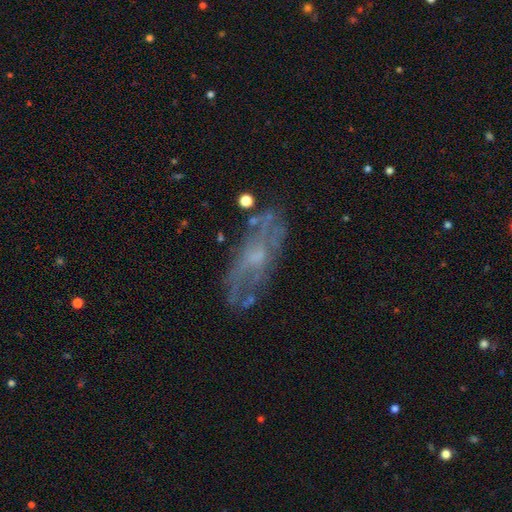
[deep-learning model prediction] featured or disk 66%, smooth 24%, star or artifact 10%. Down the decision tree: edge-on disk — no (82%); bar — no (72%); spiral arms — no (52%); bulge size — small (47%); merging — none (66%).